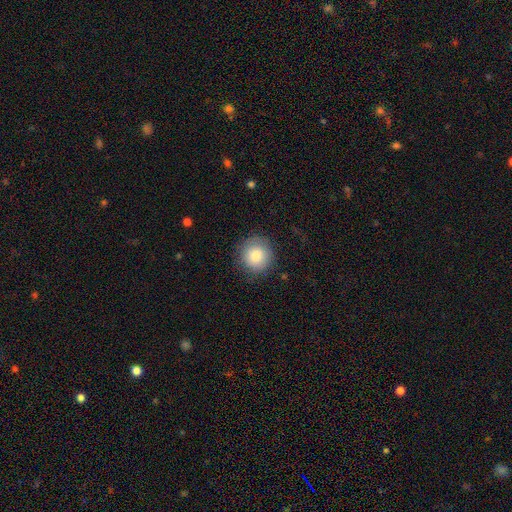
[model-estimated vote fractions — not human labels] smooth 83%, featured or disk 9%, star or artifact 8%. Down the decision tree: how rounded — round (93%); merging — none (84%).